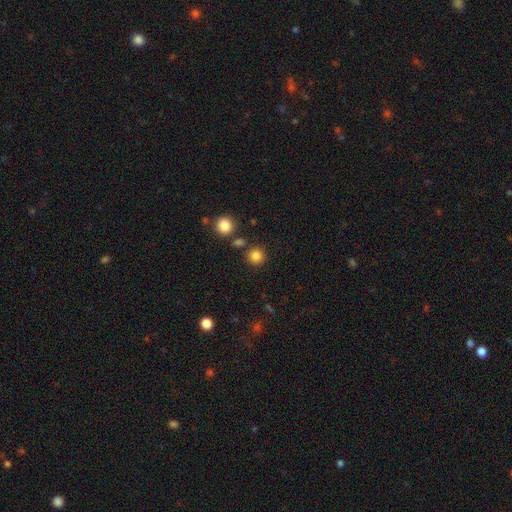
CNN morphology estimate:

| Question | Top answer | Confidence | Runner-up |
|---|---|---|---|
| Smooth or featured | smooth | 83% | star or artifact (13%) |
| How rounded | round | 93% | in between (6%) |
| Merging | none | 84% | minor disturbance (7%) |